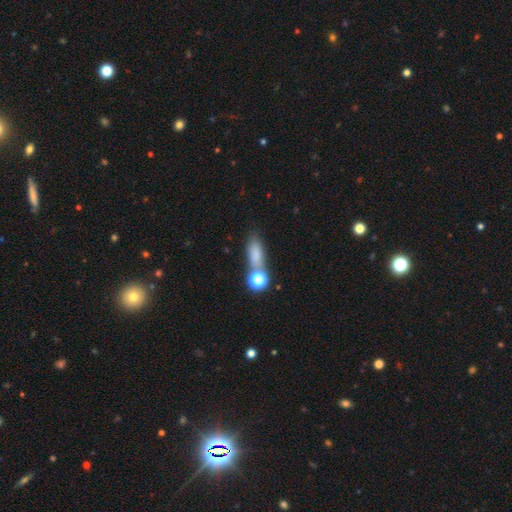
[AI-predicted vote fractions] Smooth or featured? Predicted: smooth (p=0.75). How rounded? Predicted: in between (p=0.60). Merging? Predicted: none (p=0.56).